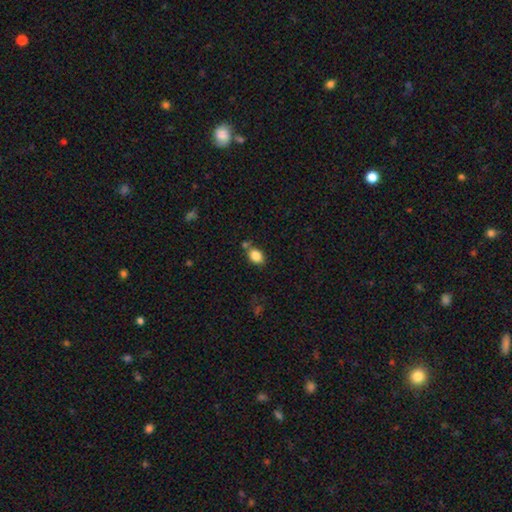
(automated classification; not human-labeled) Smooth or featured: smooth — 85% (star or artifact — 9%)
How rounded: in between — 77% (round — 22%)
Merging: none — 68% (minor disturbance — 14%)